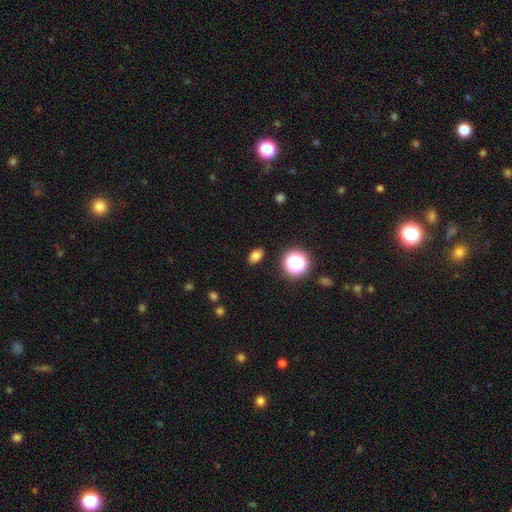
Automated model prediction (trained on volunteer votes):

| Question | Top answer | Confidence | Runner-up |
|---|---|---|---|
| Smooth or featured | smooth | 79% | star or artifact (16%) |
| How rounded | in between | 79% | round (19%) |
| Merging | none | 88% | minor disturbance (8%) |